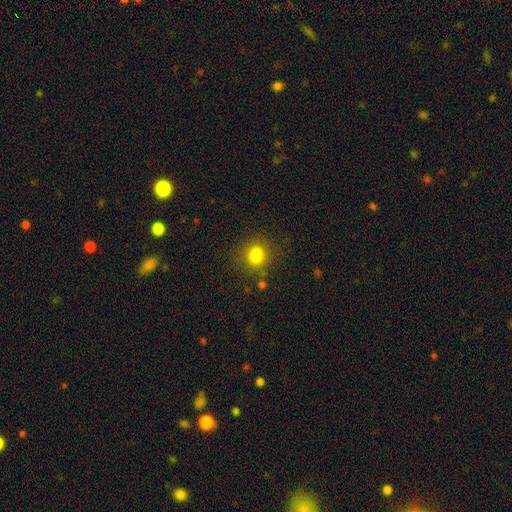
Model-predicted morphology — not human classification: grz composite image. It shows a smooth galaxy with no disk features (81%) that is round (62%). Merging: none (76%).